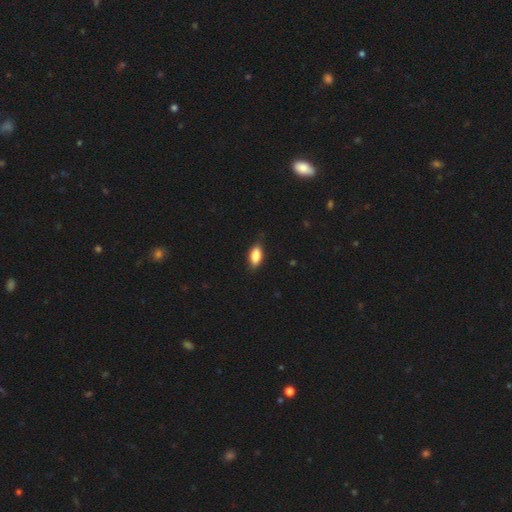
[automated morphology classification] This appears to be a smooth galaxy with no disk features (83%) that is in between round and cigar-shaped (87%). Merging: none (83%).